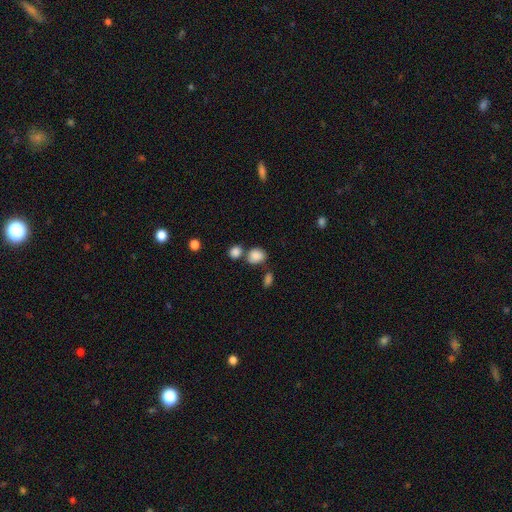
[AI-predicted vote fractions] smooth 86%, star or artifact 9%, featured or disk 5%. Down the decision tree: how rounded — round (57%); merging — none (54%).